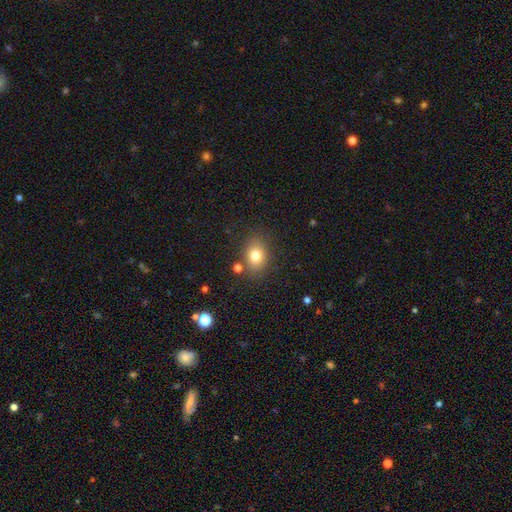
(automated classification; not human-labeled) Smooth or featured: smooth — 79% (star or artifact — 11%)
How rounded: in between — 59% (round — 40%)
Merging: none — 80% (minor disturbance — 11%)